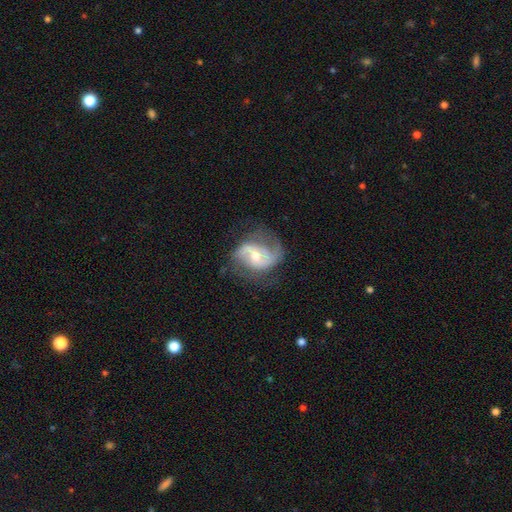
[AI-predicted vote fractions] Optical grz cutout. It shows a featured or disk galaxy (82%) with a weak bar (43%), 2 (80%) medium (45%) spiral arms (94%) and a moderate central bulge (58%). Merging: none (61%).